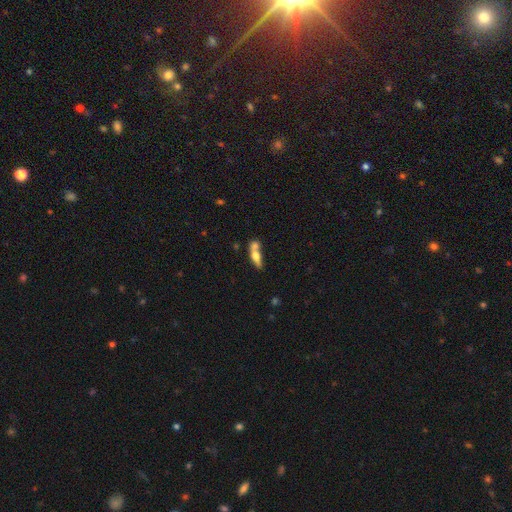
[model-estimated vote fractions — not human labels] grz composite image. It shows a smooth galaxy with no disk features (55%) that is in between round and cigar-shaped (50%). Merging: merger (50%).